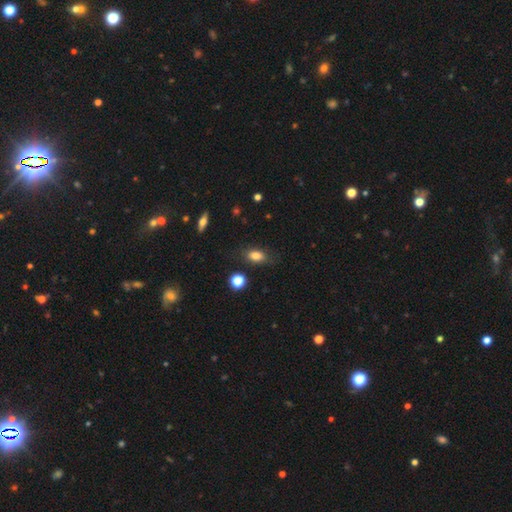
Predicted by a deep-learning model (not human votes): Smooth or featured: smooth — 81% (star or artifact — 10%)
How rounded: in between — 81% (round — 13%)
Merging: none — 76% (minor disturbance — 17%)